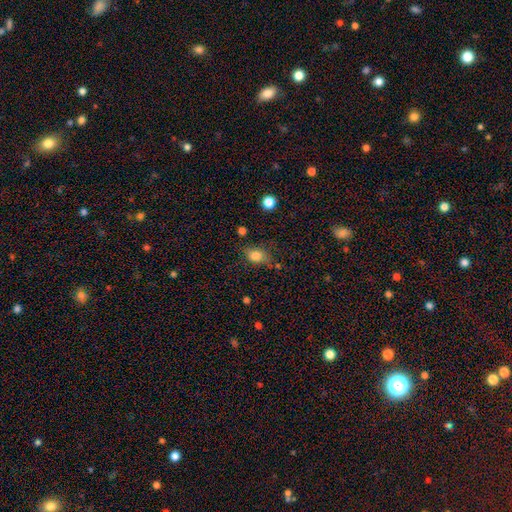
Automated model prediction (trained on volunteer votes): A smooth galaxy with no disk features (81%) that is in between round and cigar-shaped (67%). Merging: none (68%).